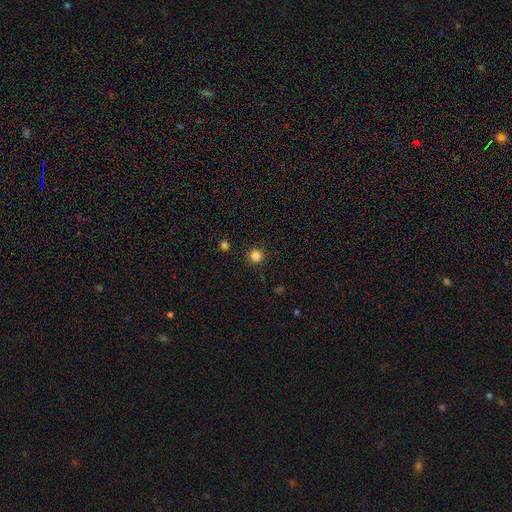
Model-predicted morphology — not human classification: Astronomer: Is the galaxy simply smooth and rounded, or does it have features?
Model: smooth — 83%.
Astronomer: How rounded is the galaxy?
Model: round — 95%.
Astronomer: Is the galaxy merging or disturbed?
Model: none — 92%.